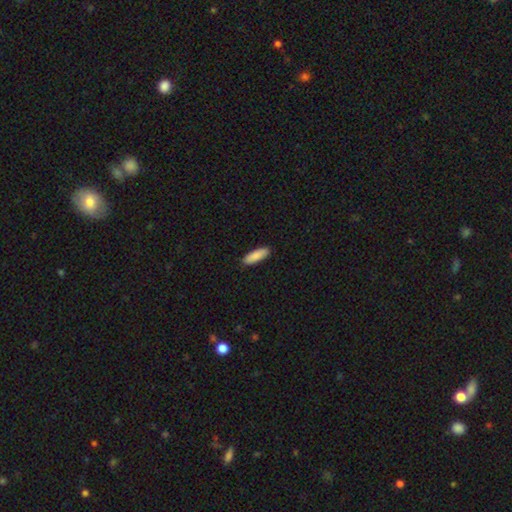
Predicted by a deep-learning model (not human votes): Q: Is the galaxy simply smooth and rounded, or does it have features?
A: smooth — 89%.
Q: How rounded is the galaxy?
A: in between — 51%.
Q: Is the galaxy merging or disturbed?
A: none — 90%.